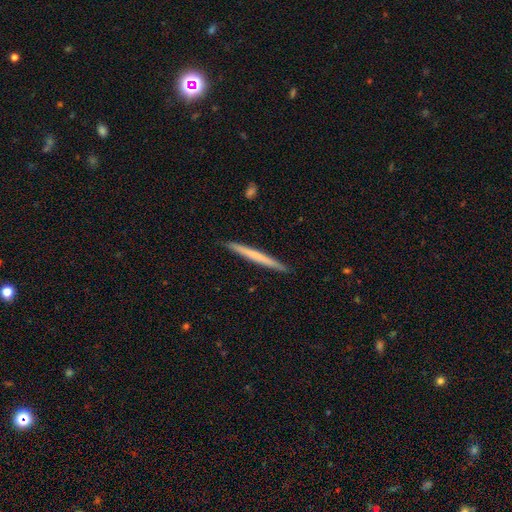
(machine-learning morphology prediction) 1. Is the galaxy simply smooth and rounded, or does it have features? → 54% smooth, 41% featured or disk, 5% star or artifact.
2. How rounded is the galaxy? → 97% cigar-shaped, 2% in between, 1% round.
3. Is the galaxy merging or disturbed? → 92% none, 6% minor disturbance, 1% major disturbance, 1% merger.